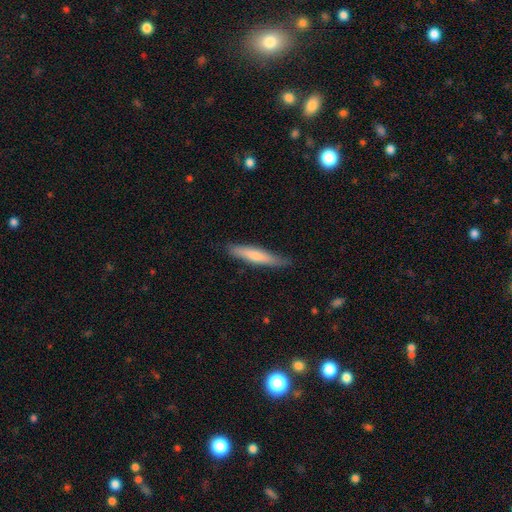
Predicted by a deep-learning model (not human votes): Q: Smooth or featured?
A: smooth (59%); runner-up: featured or disk (34%)
Q: How rounded?
A: cigar-shaped (92%); runner-up: in between (7%)
Q: Merging?
A: none (86%); runner-up: minor disturbance (11%)